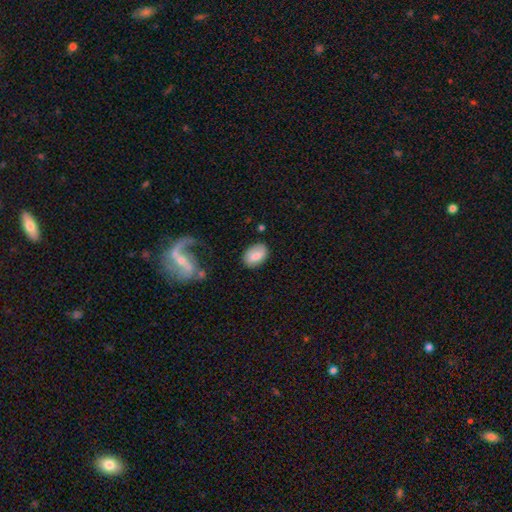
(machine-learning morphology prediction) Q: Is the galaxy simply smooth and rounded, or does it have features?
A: smooth — 73%.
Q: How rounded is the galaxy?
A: in between — 85%.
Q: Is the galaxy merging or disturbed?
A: none — 76%.